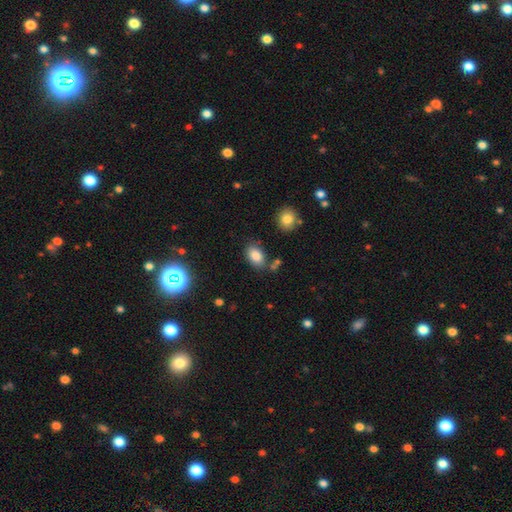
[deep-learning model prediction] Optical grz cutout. It shows a smooth galaxy with no disk features (84%) that is in between round and cigar-shaped (88%). Merging: none (76%).